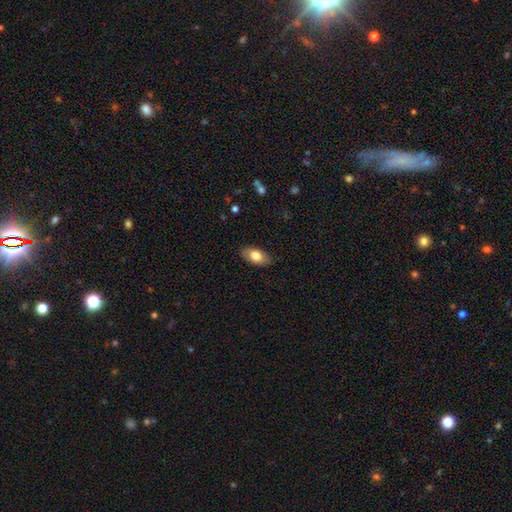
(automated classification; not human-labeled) Smooth or featured? Predicted: smooth (p=0.78). How rounded? Predicted: in between (p=0.92). Merging? Predicted: none (p=0.86).